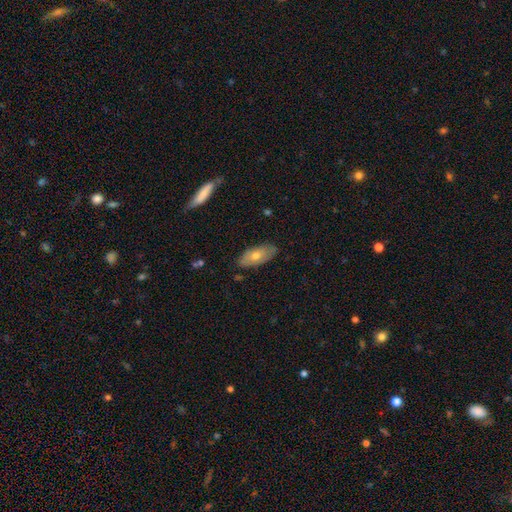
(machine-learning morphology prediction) smooth_or_featured: smooth (p=0.58) [alt: featured or disk p=0.35]
how_rounded: in between (p=0.85) [alt: cigar-shaped p=0.12]
merging: none (p=0.82) [alt: minor disturbance p=0.14]